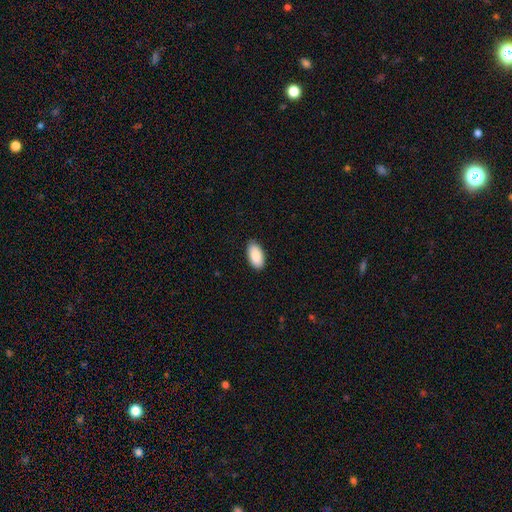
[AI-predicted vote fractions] smooth-or-featured: smooth: 88% | featured or disk: 6% | star or artifact: 6%
  how-rounded: in between: 95% | cigar-shaped: 3% | round: 2%
  merging: none: 89% | minor disturbance: 8% | major disturbance: 2% | merger: 1%